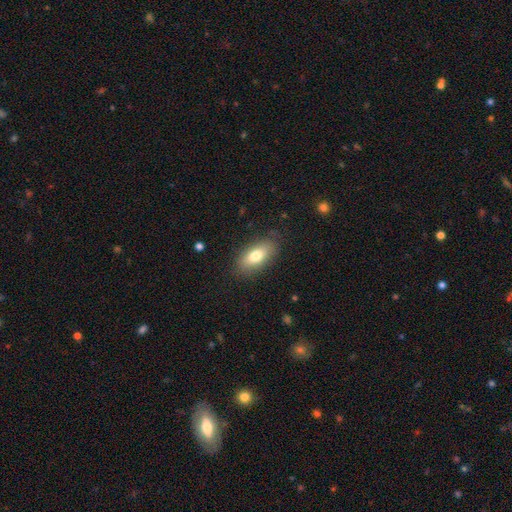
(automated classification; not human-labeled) A smooth galaxy with no disk features (77%) that is in between round and cigar-shaped (87%).

Vote fractions:
- Smooth or featured? smooth: 77% / featured or disk: 16% / star or artifact: 7%
- How rounded? in between: 87% / cigar-shaped: 8% / round: 5%
- Merging? none: 84% / minor disturbance: 12% / major disturbance: 3% / merger: 1%